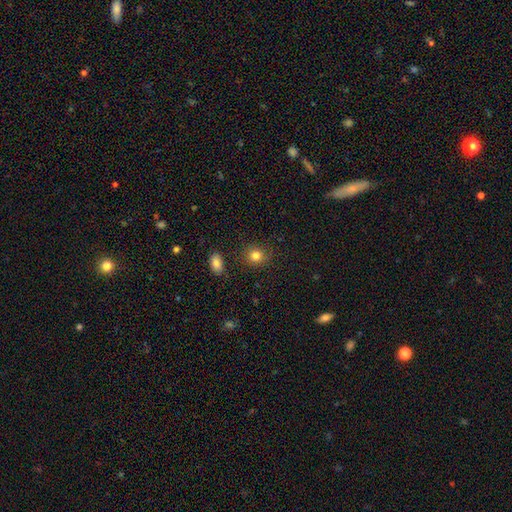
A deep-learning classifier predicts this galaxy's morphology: smooth_or_featured: smooth (p=0.83) [alt: star or artifact p=0.11]
how_rounded: round (p=0.81) [alt: in between p=0.18]
merging: none (p=0.86) [alt: minor disturbance p=0.09]